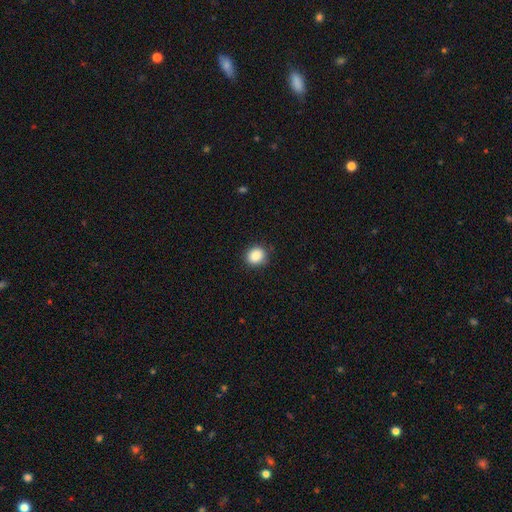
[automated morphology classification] A smooth galaxy with no disk features (88%) that is round (79%).

Vote fractions:
- Smooth or featured? smooth: 88% / star or artifact: 9% / featured or disk: 3%
- How rounded? round: 79% / in between: 20% / cigar-shaped: 1%
- Merging? none: 87% / minor disturbance: 10% / major disturbance: 2% / merger: 1%